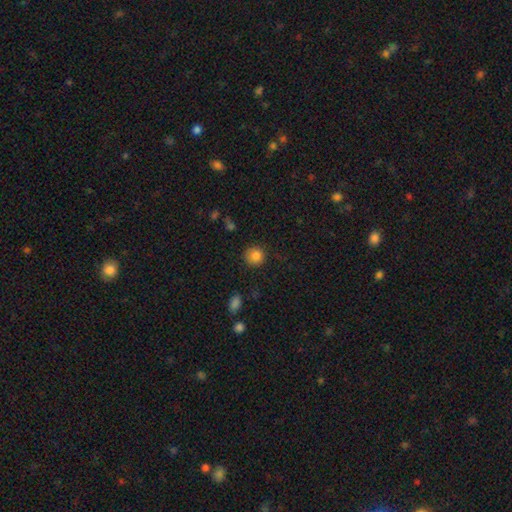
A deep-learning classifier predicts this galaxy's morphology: Overall: smooth (84%). How rounded: round (91%). Merging: none (83%).